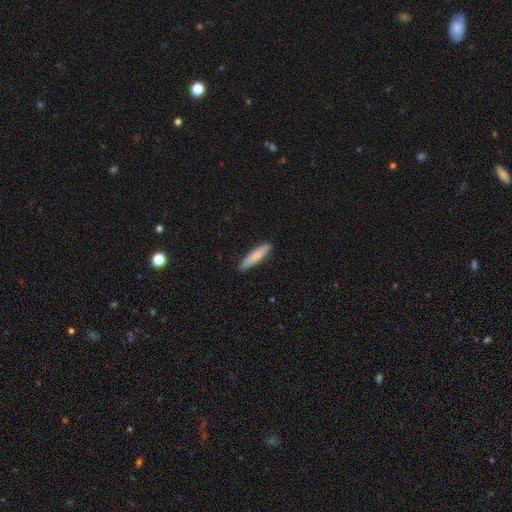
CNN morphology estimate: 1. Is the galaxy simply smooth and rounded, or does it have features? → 81% smooth, 14% featured or disk, 5% star or artifact.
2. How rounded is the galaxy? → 86% cigar-shaped, 13% in between, 1% round.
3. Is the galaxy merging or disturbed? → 89% none, 8% minor disturbance, 2% major disturbance, 1% merger.